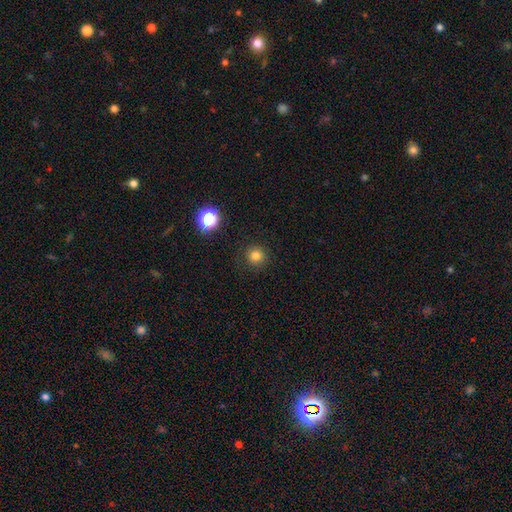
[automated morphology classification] Smooth or featured?
  - smooth: 80% *
  - star or artifact: 15%
  - featured or disk: 5%
How rounded?
  - round: 95% *
  - in between: 4%
  - cigar-shaped: 1%
Merging?
  - none: 90% *
  - minor disturbance: 6%
  - major disturbance: 2%
  - merger: 1%